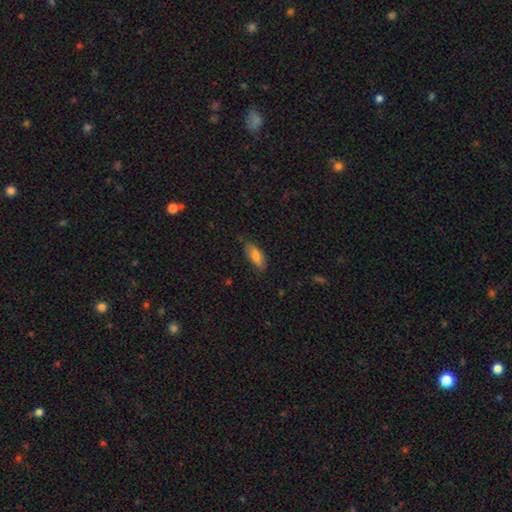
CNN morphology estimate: smooth_or_featured: smooth (p=0.75) [alt: featured or disk p=0.18]
how_rounded: in between (p=0.79) [alt: cigar-shaped p=0.19]
merging: none (p=0.73) [alt: minor disturbance p=0.21]